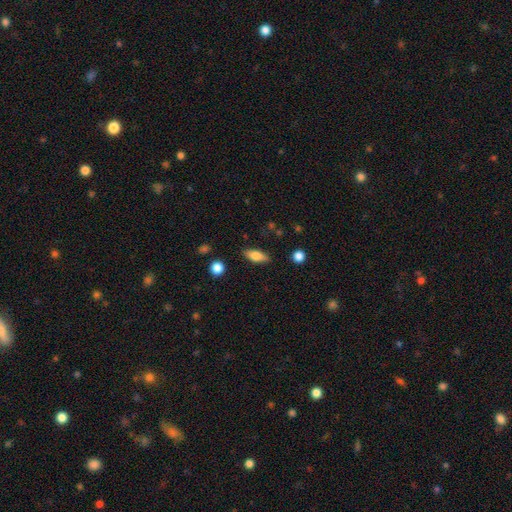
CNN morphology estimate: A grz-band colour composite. It shows a smooth galaxy with no disk features (75%) that is in between round and cigar-shaped (74%). Merging: none (85%).